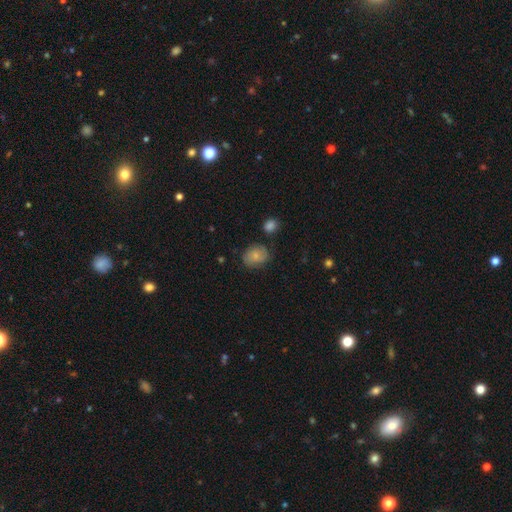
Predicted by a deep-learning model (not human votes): This is likely a smooth galaxy (71%). How rounded: possibly round (52%). Merging: likely none (65%).